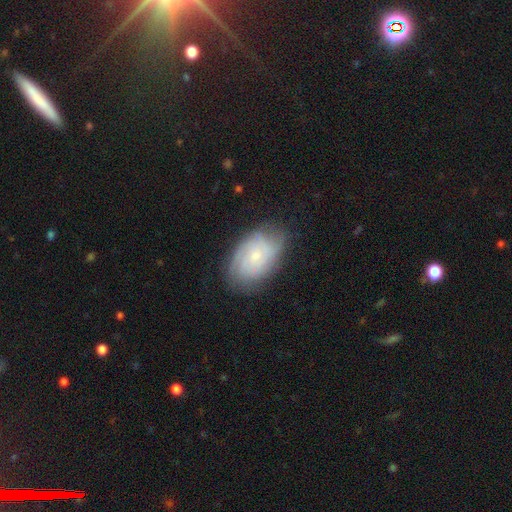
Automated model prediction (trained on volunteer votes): smooth-or-featured: featured or disk: 58% | smooth: 35% | star or artifact: 8%
  disk-edge-on: no: 95% | yes: 5%
    bar: no: 77% | weak: 21% | strong: 3%
    has-spiral-arms: yes: 86% | no: 14%
    bulge-size: small: 65% | moderate: 28% | none: 4% | large: 2% | dominant: 1%
  merging: none: 72% | minor disturbance: 20% | major disturbance: 6% | merger: 1%